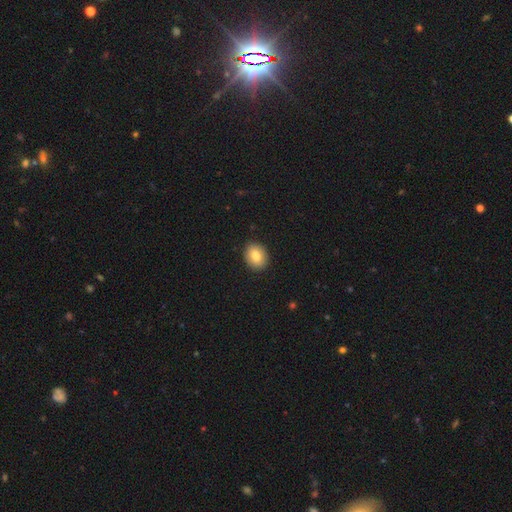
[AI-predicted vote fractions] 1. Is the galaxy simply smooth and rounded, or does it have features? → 82% smooth, 10% featured or disk, 8% star or artifact.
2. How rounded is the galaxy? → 52% in between, 47% round, 1% cigar-shaped.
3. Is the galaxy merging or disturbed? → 91% none, 7% minor disturbance, 2% major disturbance, 1% merger.